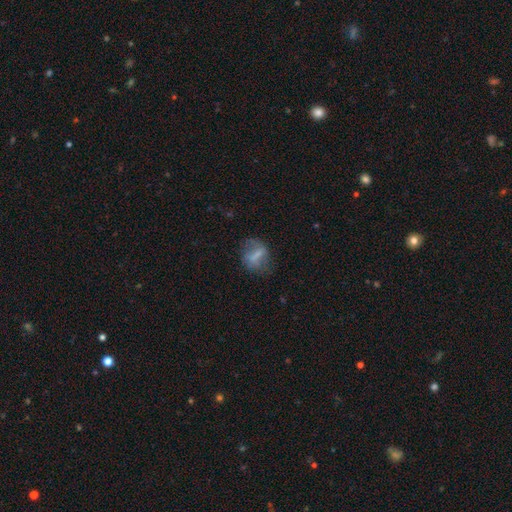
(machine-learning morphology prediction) Smooth or featured?
  - smooth: 50% *
  - featured or disk: 40%
  - star or artifact: 10%
Merging?
  - none: 62% *
  - minor disturbance: 21%
  - major disturbance: 14%
  - merger: 3%